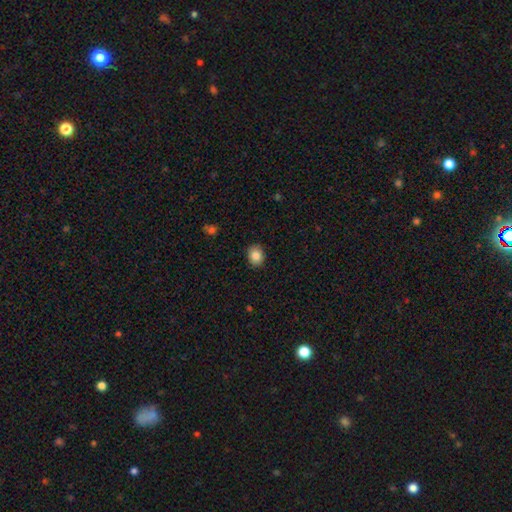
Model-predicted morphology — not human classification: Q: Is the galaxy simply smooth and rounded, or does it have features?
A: smooth — 85%.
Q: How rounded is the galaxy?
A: in between — 53%.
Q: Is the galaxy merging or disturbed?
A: none — 90%.